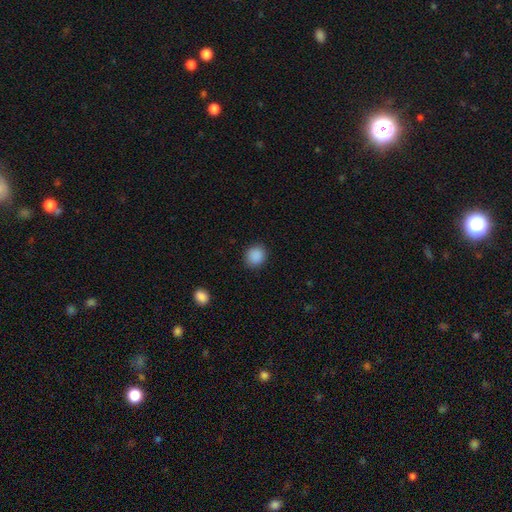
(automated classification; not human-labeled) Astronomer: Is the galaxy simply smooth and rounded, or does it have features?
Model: smooth — 89%.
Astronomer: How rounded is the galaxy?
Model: round — 77%.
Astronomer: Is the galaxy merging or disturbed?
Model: none — 89%.